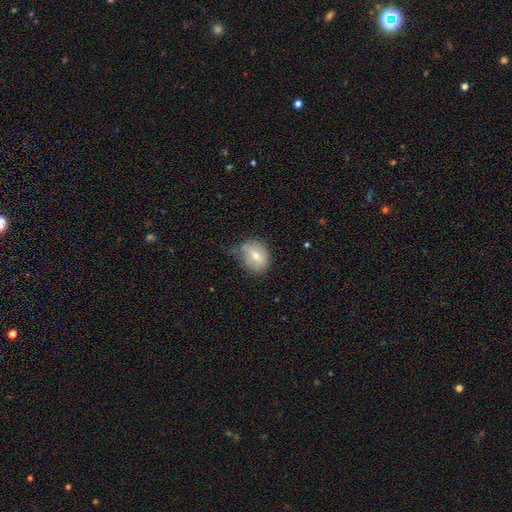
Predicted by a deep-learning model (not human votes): Smooth or featured? smooth (68%)
How rounded? in between (52%)
Merging? none (55%)